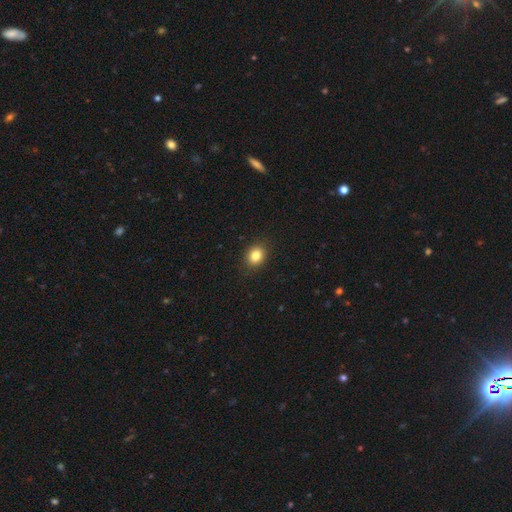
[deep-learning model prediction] The model was most divided on "how rounded": round: 55%, in between: 44%, cigar-shaped: 1%. More confident: merging — none (88%); smooth or featured — smooth (84%).